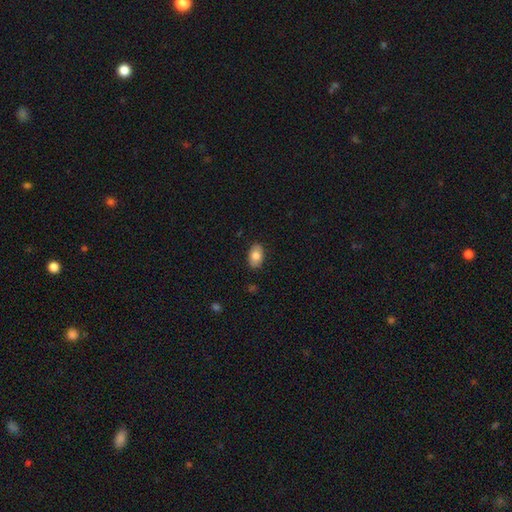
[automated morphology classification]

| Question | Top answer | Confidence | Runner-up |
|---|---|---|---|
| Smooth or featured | smooth | 82% | featured or disk (11%) |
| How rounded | in between | 90% | round (8%) |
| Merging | none | 88% | minor disturbance (9%) |